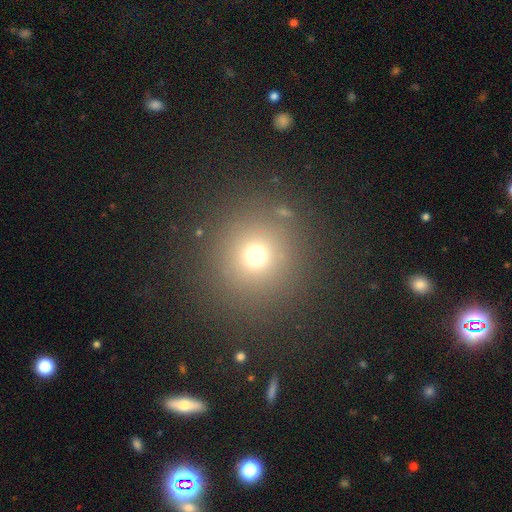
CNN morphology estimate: Smooth or featured? Predicted: smooth (p=0.69). How rounded? Predicted: round (p=0.93). Merging? Predicted: none (p=0.85).